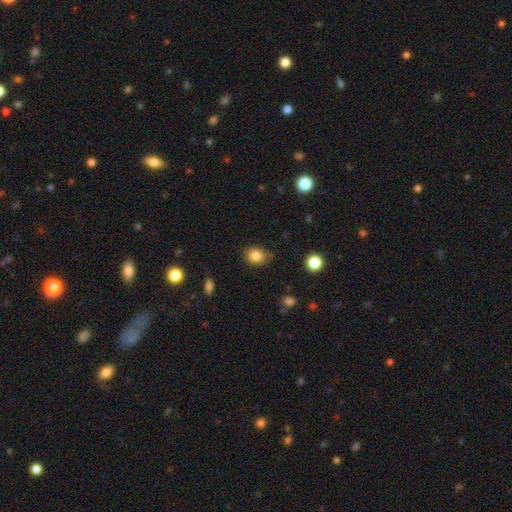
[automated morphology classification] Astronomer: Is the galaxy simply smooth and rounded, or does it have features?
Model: smooth — 84%.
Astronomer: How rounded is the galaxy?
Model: in between — 55% (runner-up: round, 44%).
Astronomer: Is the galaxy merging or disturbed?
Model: none — 79%.